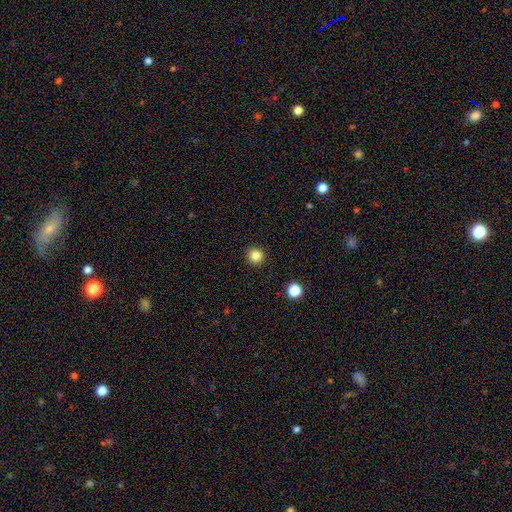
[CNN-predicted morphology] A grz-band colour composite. It shows a smooth galaxy with no disk features (84%) that is round (94%). Merging: none (93%).